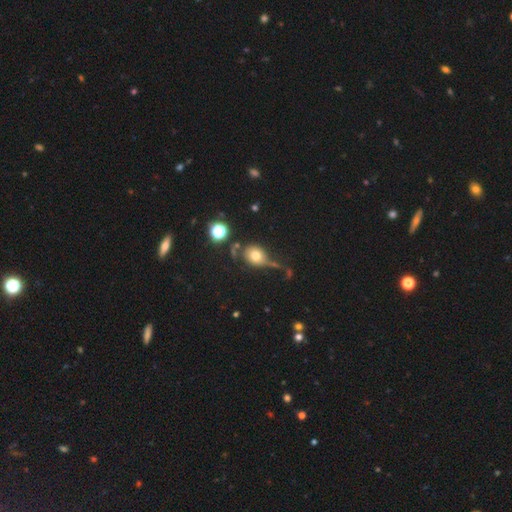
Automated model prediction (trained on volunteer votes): A smooth galaxy with no disk features (68%) that is round (63%).

Vote fractions:
- Smooth or featured? smooth: 68% / featured or disk: 18% / star or artifact: 14%
- How rounded? round: 63% / in between: 35% / cigar-shaped: 2%
- Merging? none: 49% / minor disturbance: 22% / major disturbance: 16% / merger: 13%